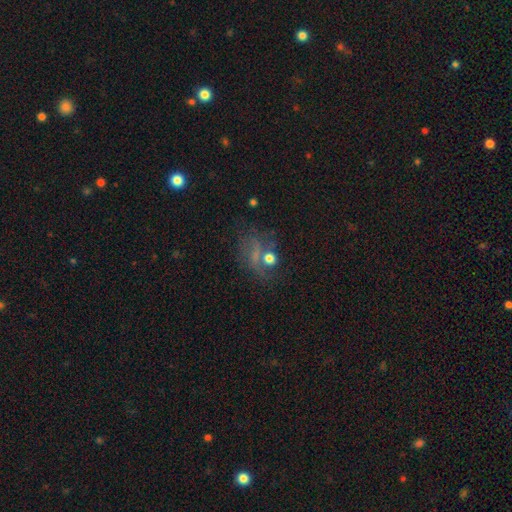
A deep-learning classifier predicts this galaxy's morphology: Overall: smooth (38%; featured or disk 32%). Merging: none (46%; major disturbance 24%).